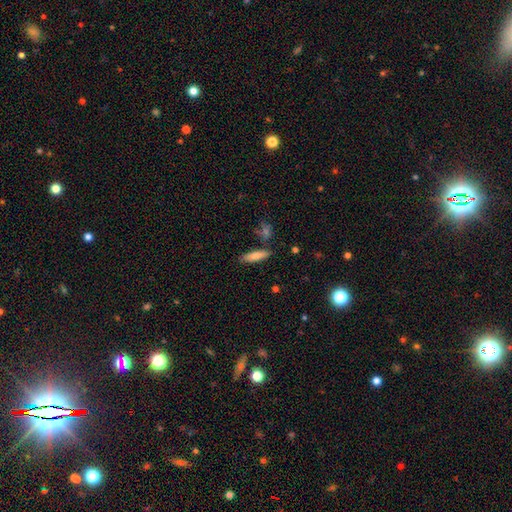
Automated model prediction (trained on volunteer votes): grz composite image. It shows a smooth galaxy with no disk features (80%) that is cigar-shaped (66%). Merging: none (80%).